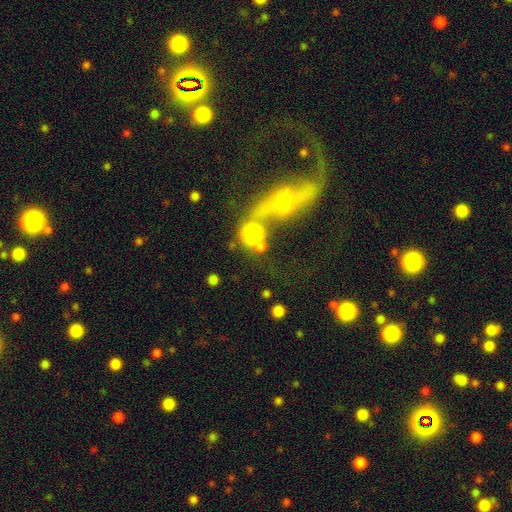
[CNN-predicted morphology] smooth_or_featured: featured or disk (p=0.68) [alt: smooth p=0.18]
disk_edge_on: no (p=0.92) [alt: yes p=0.08]
bar: no (p=0.52) [alt: weak p=0.28]
has_spiral_arms: yes (p=0.79) [alt: no p=0.21]
bulge_size: moderate (p=0.46) [alt: small p=0.43]
merging: merger (p=0.44) [alt: none p=0.30]